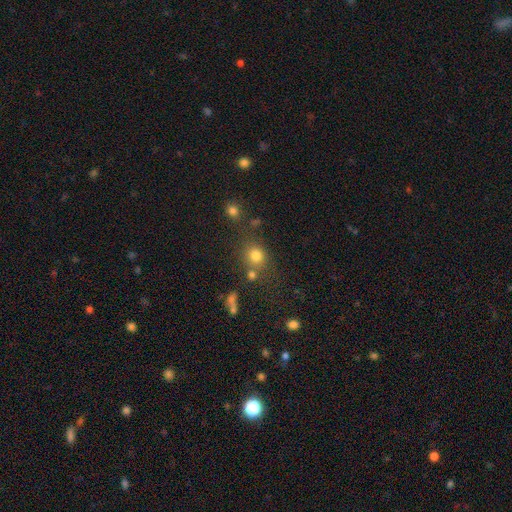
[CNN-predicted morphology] This appears to be a smooth galaxy with no disk features (76%) that is round (79%). Merging: none (66%).